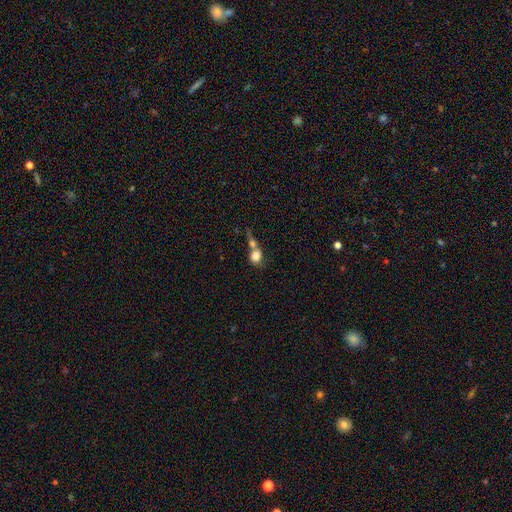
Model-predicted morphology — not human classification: Overall: smooth (78%). How rounded: round (64%; in between 34%). Merging: merger (61%; none 23%).